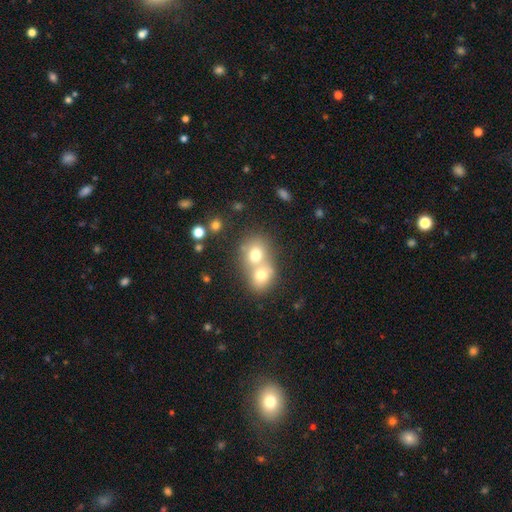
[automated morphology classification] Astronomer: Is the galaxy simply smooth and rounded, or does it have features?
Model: smooth — 67%.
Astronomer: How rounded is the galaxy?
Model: round — 65%.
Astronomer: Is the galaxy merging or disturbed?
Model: merger — 71%.